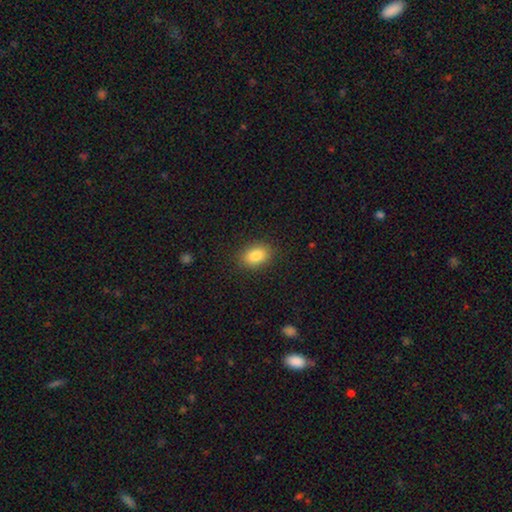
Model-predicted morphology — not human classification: smooth-or-featured: smooth: 85% | star or artifact: 8% | featured or disk: 7%
  how-rounded: in between: 79% | round: 20% | cigar-shaped: 1%
  merging: none: 88% | minor disturbance: 9% | major disturbance: 3% | merger: 1%